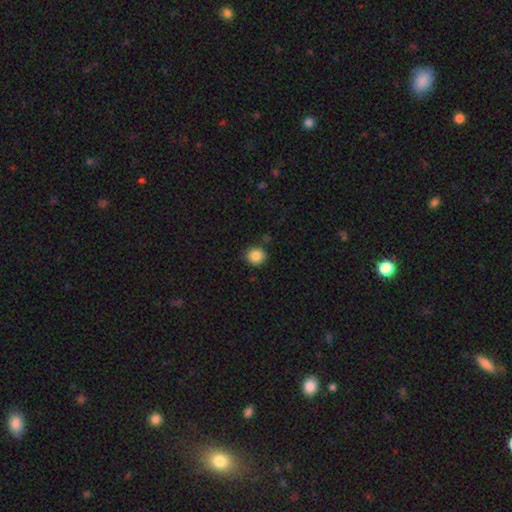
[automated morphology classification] Smooth or featured? smooth (86%)
How rounded? round (87%)
Merging? none (85%)